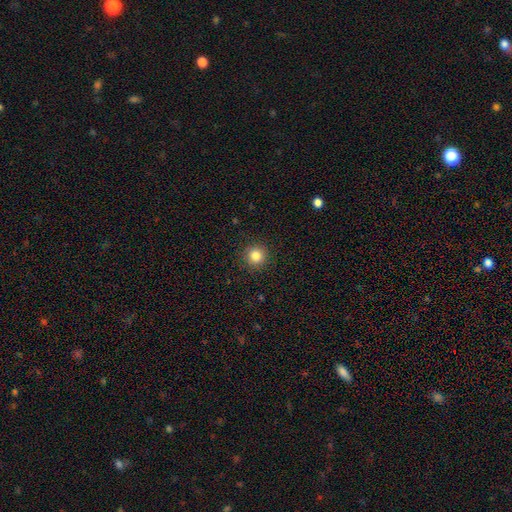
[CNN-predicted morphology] This is clearly a smooth galaxy (84%). How rounded: clearly round (94%). Merging: clearly none (91%).